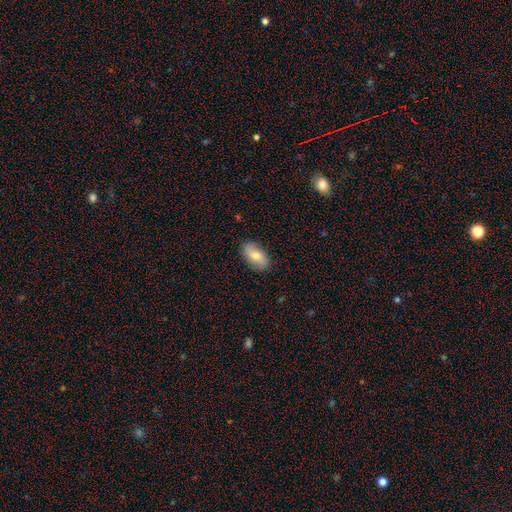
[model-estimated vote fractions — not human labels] Smooth or featured? smooth (62%)
How rounded? in between (91%)
Merging? none (84%)